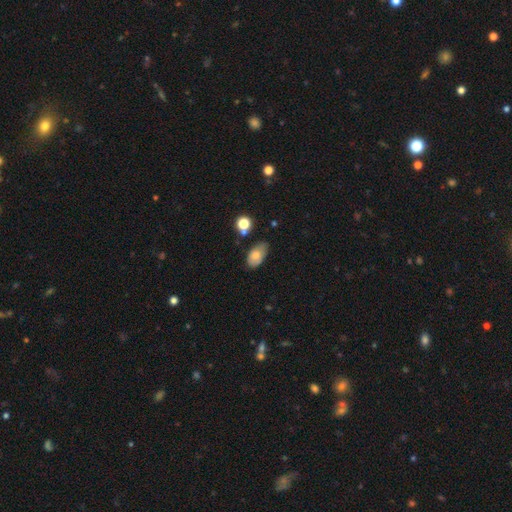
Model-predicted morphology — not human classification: This is likely a smooth galaxy (72%). How rounded: clearly in between (91%). Merging: possibly none (59%).